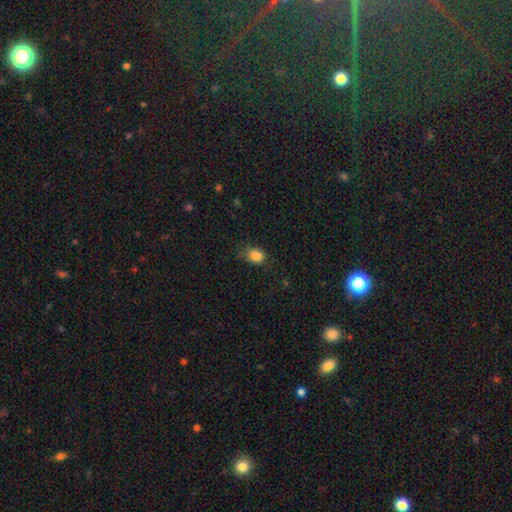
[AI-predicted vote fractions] Q: Smooth or featured?
A: smooth (84%); runner-up: star or artifact (11%)
Q: How rounded?
A: in between (65%); runner-up: round (34%)
Q: Merging?
A: none (57%); runner-up: minor disturbance (31%)